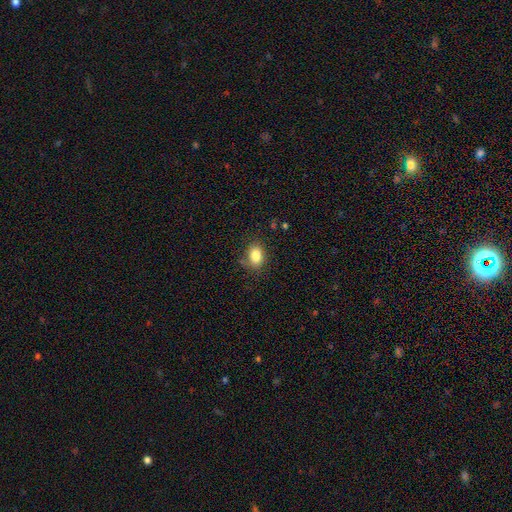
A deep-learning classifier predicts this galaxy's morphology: A smooth galaxy with no disk features (83%) that is in between round and cigar-shaped (70%). Merging: none (78%).